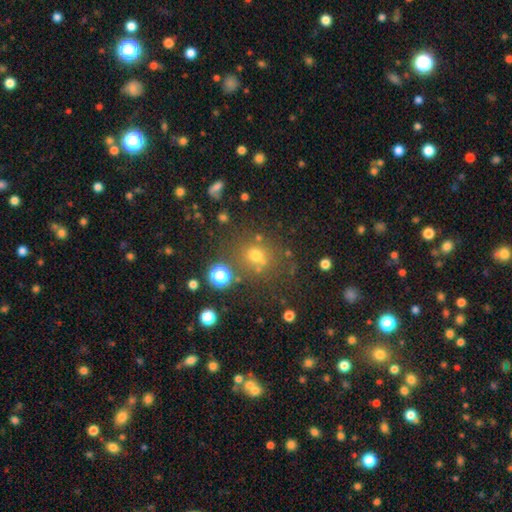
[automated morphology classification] The model was most divided on "smooth or featured": smooth: 59%, star or artifact: 30%, featured or disk: 10%. More confident: how rounded — round (81%); merging — none (73%).